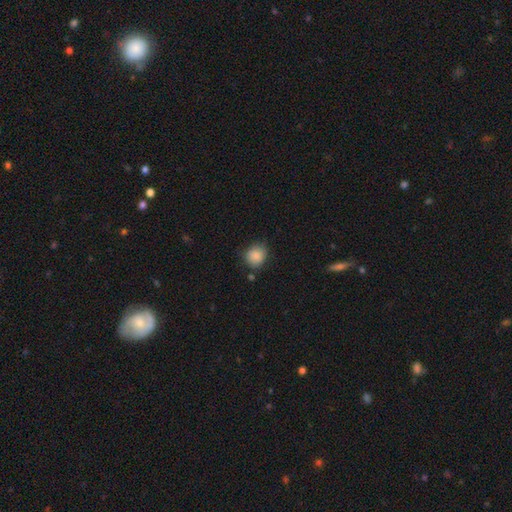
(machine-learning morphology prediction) smooth-or-featured: smooth: 86% | star or artifact: 9% | featured or disk: 5%
  how-rounded: round: 75% | in between: 25% | cigar-shaped: 1%
  merging: none: 74% | minor disturbance: 19% | major disturbance: 4% | merger: 3%